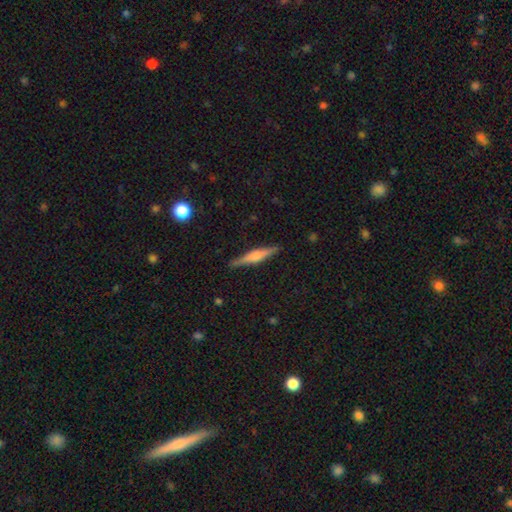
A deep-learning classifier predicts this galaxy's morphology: This appears to be a featured or disk galaxy (62%) viewed edge-on (97%) with a rounded central bulge (71%). Merging: none (89%).